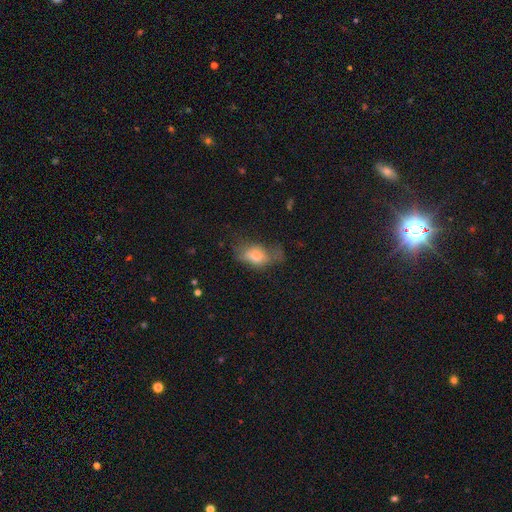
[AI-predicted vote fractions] Overall: smooth (66%). How rounded: in between (85%). Merging: major disturbance (34%; none 33%).